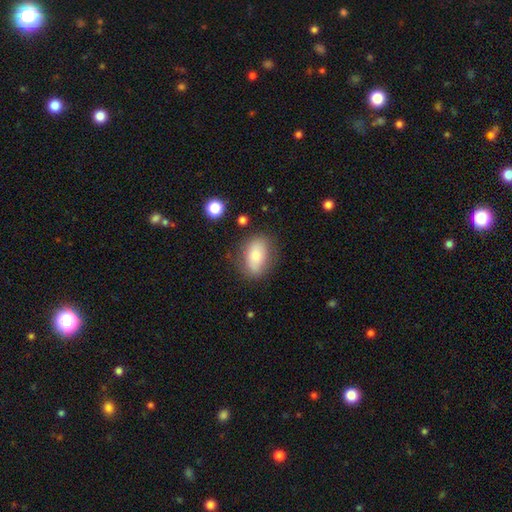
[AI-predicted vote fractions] The model was most divided on "smooth or featured": smooth: 75%, featured or disk: 17%, star or artifact: 8%. More confident: how rounded — in between (86%); merging — none (77%).